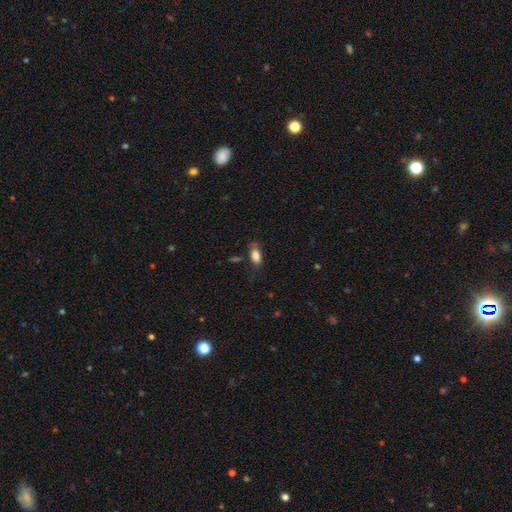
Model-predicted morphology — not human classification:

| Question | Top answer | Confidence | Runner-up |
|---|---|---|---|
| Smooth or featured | smooth | 81% | featured or disk (10%) |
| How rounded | in between | 89% | cigar-shaped (6%) |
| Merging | none | 63% | minor disturbance (25%) |